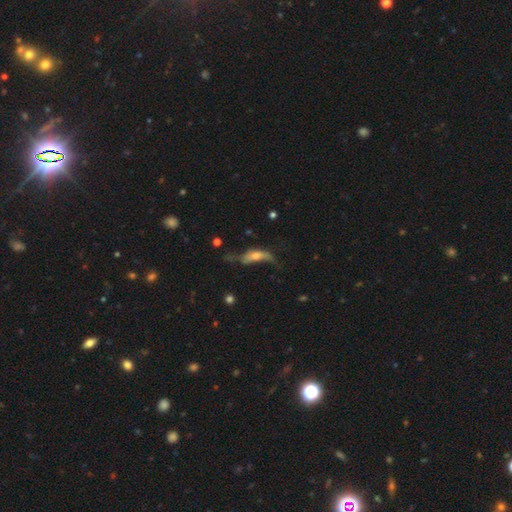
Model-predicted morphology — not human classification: A featured or disk galaxy (56%).

Vote fractions:
- Smooth or featured? featured or disk: 56% / smooth: 33% / star or artifact: 12%
- Edge-on disk? no: 61% / yes: 39%
- Merging? none: 36% / major disturbance: 32% / minor disturbance: 26% / merger: 5%